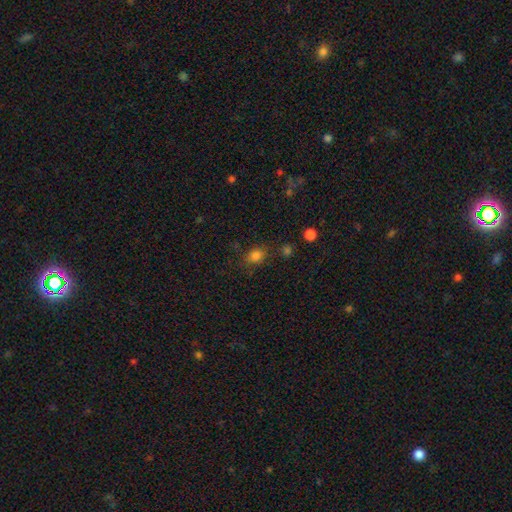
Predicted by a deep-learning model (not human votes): Smooth or featured? Predicted: smooth (p=0.80). How rounded? Predicted: in between (p=0.53). Merging? Predicted: none (p=0.75).